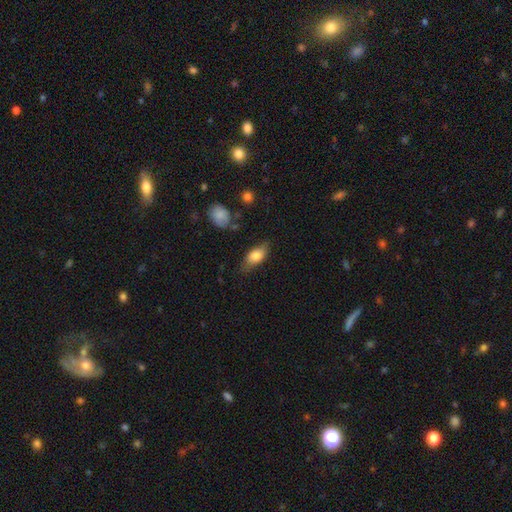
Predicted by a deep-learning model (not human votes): A smooth galaxy with no disk features (77%) that is in between round and cigar-shaped (87%).

Vote fractions:
- Smooth or featured? smooth: 77% / featured or disk: 17% / star or artifact: 7%
- How rounded? in between: 87% / cigar-shaped: 9% / round: 5%
- Merging? none: 69% / minor disturbance: 23% / major disturbance: 5% / merger: 3%